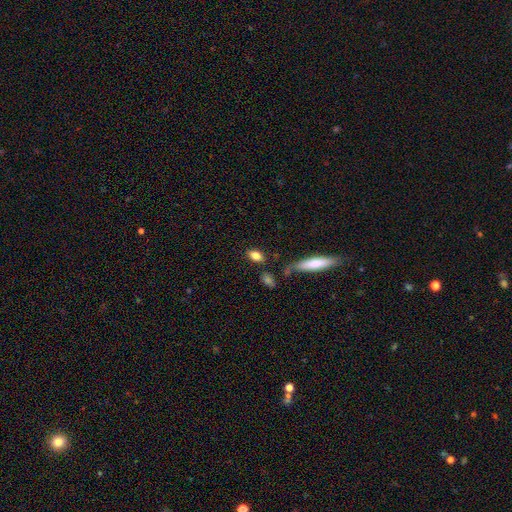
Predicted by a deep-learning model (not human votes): This is clearly a smooth galaxy (82%). How rounded: clearly in between (83%). Merging: likely none (75%).